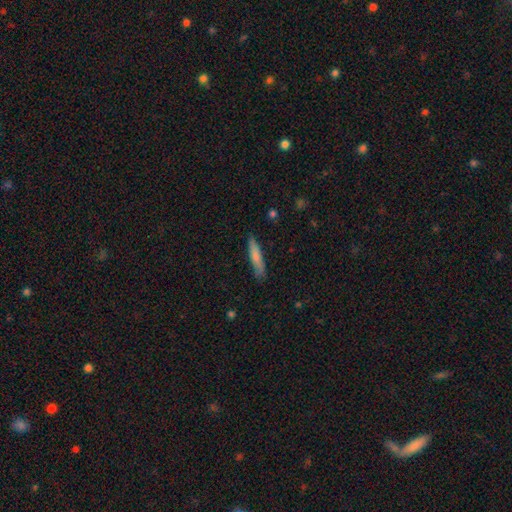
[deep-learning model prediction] Overall: smooth (77%). How rounded: cigar-shaped (86%). Merging: none (80%).